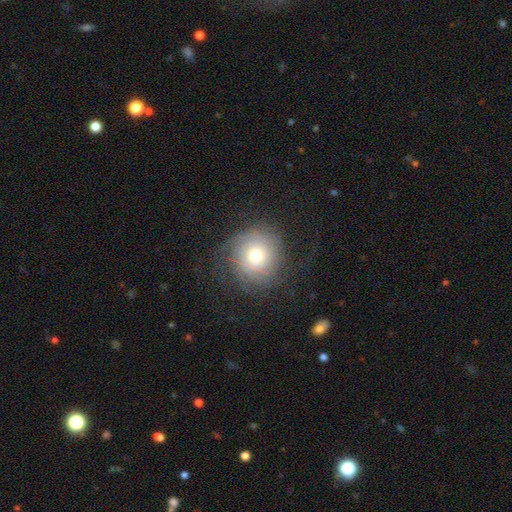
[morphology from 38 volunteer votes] Smooth or featured? 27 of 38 (71%) said featured or disk. Edge-on disk? 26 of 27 (96%) said no. Bar? 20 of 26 (77%) said no. Spiral arms? 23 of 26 (88%) said yes. Spiral winding? 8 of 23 (35%, tied with loose) said medium. Spiral arm count? 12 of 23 (52%) said 2. Bulge size? 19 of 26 (73%) said moderate. Merging? 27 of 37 (73%) said none.